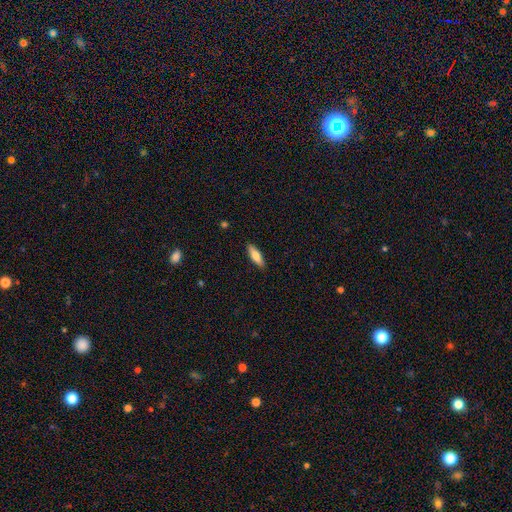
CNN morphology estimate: Smooth or featured: smooth — 74% (featured or disk — 20%)
How rounded: cigar-shaped — 50% (in between — 48%)
Merging: none — 89% (minor disturbance — 8%)